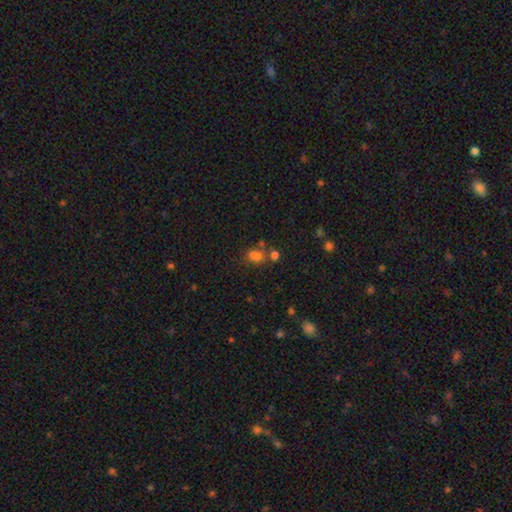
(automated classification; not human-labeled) Smooth or featured: smooth — 68% (star or artifact — 22%)
How rounded: in between — 62% (round — 36%)
Merging: none — 48% (merger — 29%)